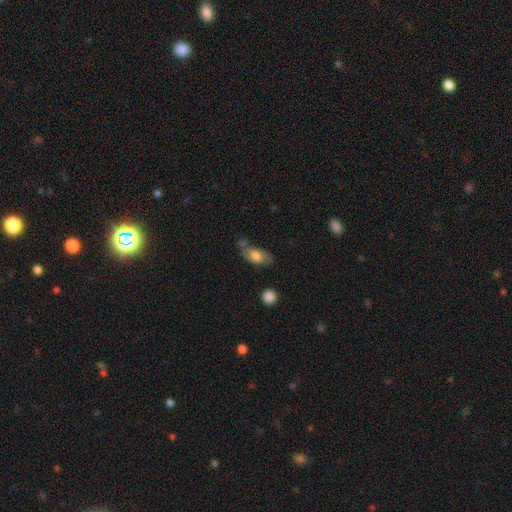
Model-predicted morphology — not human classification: Overall: smooth (61%; featured or disk 31%). How rounded: in between (84%). Merging: none (46%; minor disturbance 29%).